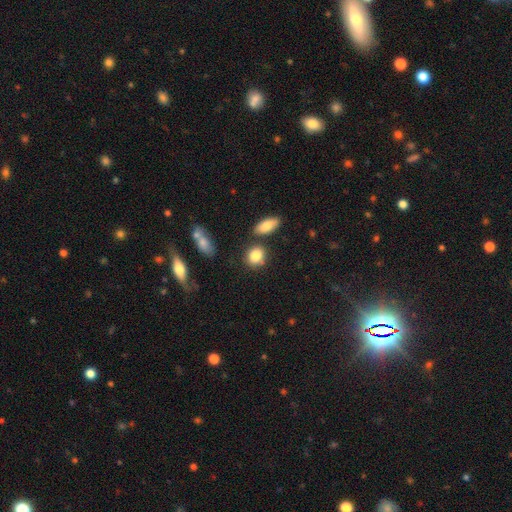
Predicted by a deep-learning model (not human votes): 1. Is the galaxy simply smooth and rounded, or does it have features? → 84% smooth, 9% star or artifact, 7% featured or disk.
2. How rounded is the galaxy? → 59% round, 39% in between, 2% cigar-shaped.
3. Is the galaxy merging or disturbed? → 71% none, 13% minor disturbance, 11% merger, 4% major disturbance.